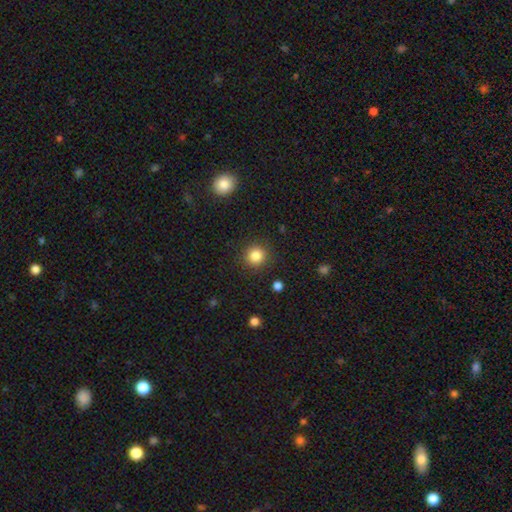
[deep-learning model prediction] Overall: smooth (85%). How rounded: round (92%). Merging: none (89%).